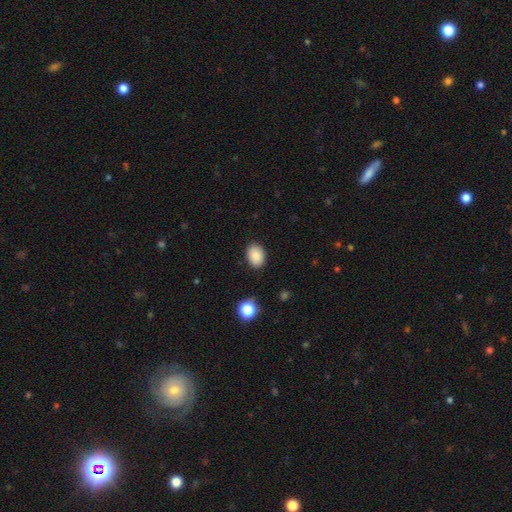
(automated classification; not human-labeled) Smooth or featured? Predicted: smooth (p=0.88). How rounded? Predicted: in between (p=0.75). Merging? Predicted: none (p=0.88).